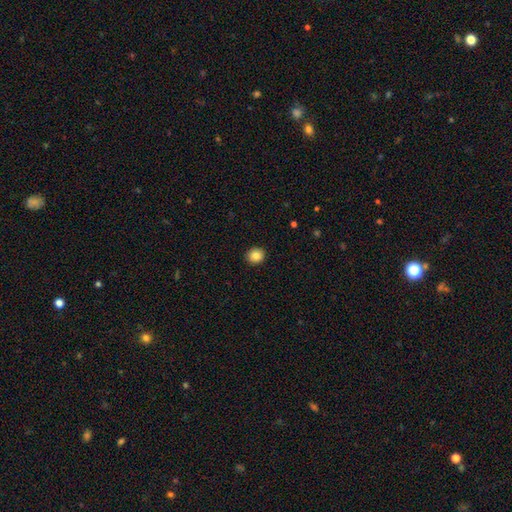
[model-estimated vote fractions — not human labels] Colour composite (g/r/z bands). It shows a smooth galaxy with no disk features (85%) that is round (85%). Merging: none (92%).